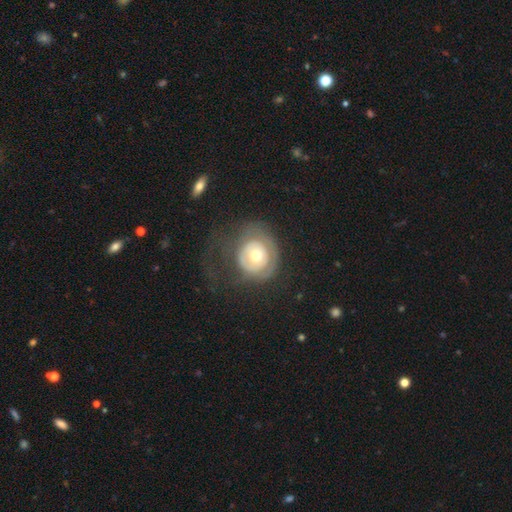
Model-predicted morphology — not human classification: This is possibly a featured or disk galaxy (56%). It is clearly not viewed edge-on (96%). Bar: clearly no (86%). Spiral arm pattern: possibly no (55%). Central bulge: likely moderate (65%). Merging: possibly none (47%).